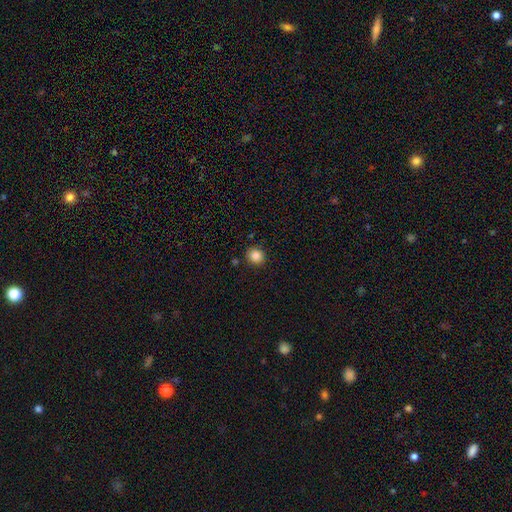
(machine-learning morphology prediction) smooth 85%, star or artifact 11%, featured or disk 5%. Down the decision tree: how rounded — round (85%); merging — none (88%).